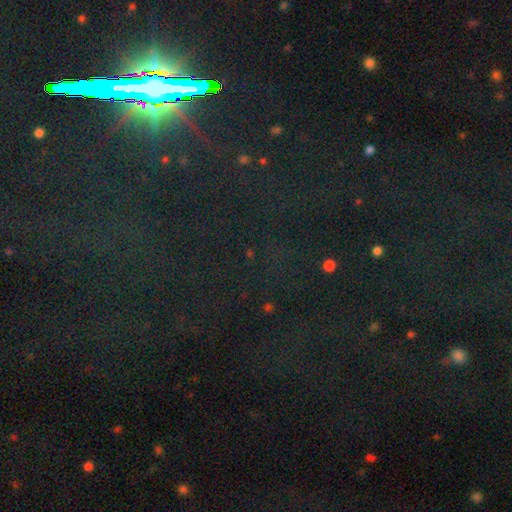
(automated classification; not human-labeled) Smooth or featured? star or artifact (81%)